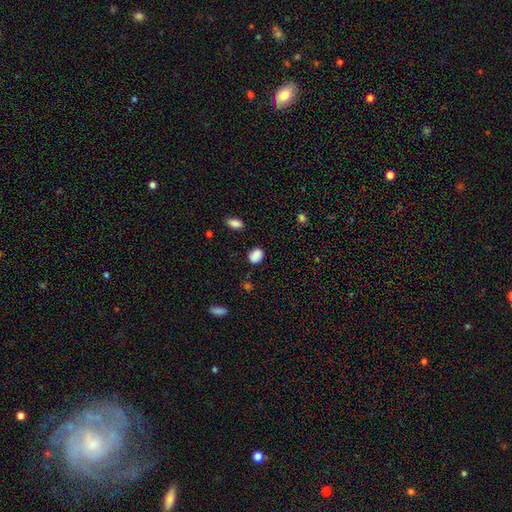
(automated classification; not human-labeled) Overall: smooth (87%). How rounded: in between (60%; round 39%). Merging: none (84%).